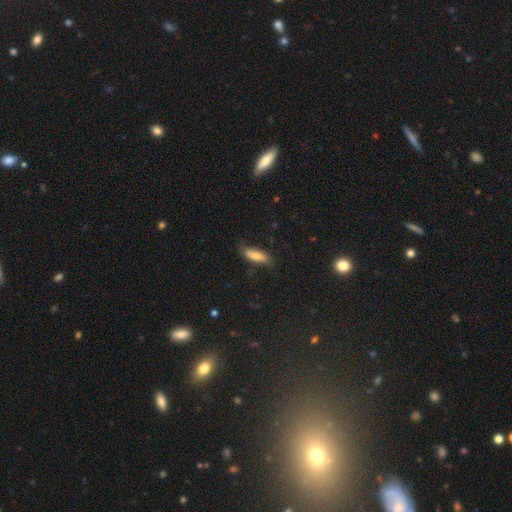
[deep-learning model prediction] Overall: smooth (70%). How rounded: in between (56%; cigar-shaped 42%). Merging: none (69%).